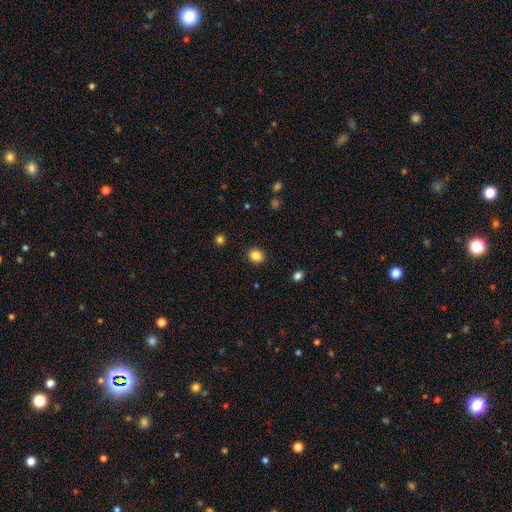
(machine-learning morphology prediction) Smooth or featured? Predicted: smooth (p=0.85). How rounded? Predicted: round (p=0.77). Merging? Predicted: none (p=0.90).